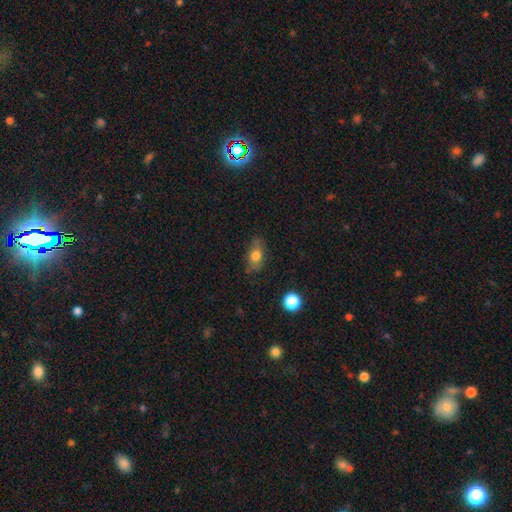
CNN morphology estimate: The model was most divided on "merging": none: 75%, minor disturbance: 19%, major disturbance: 5%, merger: 2%. More confident: how rounded — in between (80%); smooth or featured — smooth (74%).